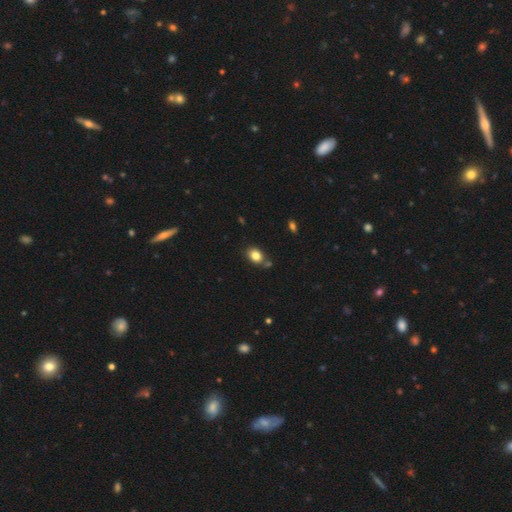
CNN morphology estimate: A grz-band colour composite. It shows a smooth galaxy with no disk features (83%) that is in between round and cigar-shaped (64%). Merging: none (70%).